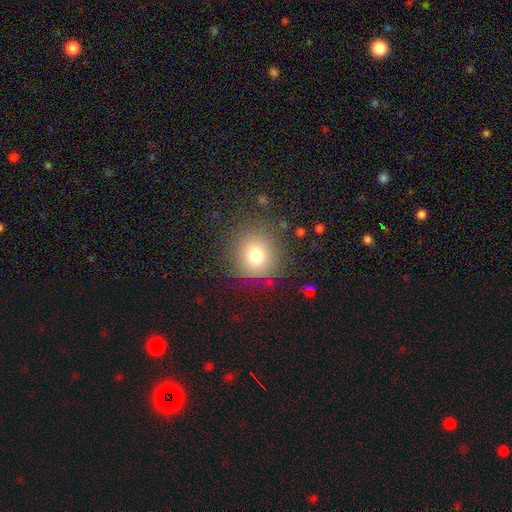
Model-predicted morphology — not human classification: Smooth or featured?
  - smooth: 76% *
  - star or artifact: 13%
  - featured or disk: 11%
How rounded?
  - round: 89% *
  - in between: 10%
  - cigar-shaped: 1%
Merging?
  - none: 82% *
  - minor disturbance: 11%
  - major disturbance: 6%
  - merger: 2%